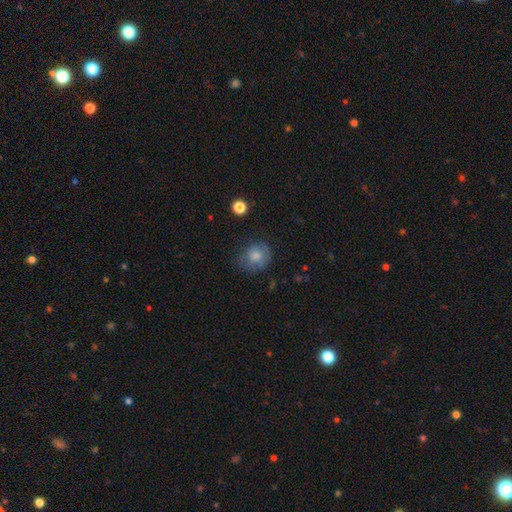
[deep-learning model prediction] This appears to be a smooth galaxy with no disk features (73%) that is round (74%). Merging: none (67%).